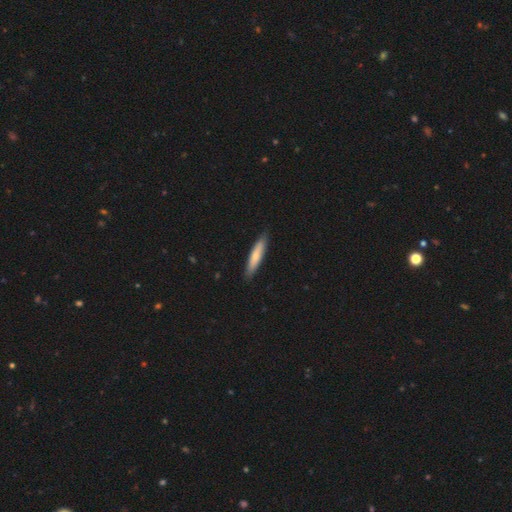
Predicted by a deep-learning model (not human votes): Overall: smooth (71%). How rounded: cigar-shaped (87%). Merging: none (88%).